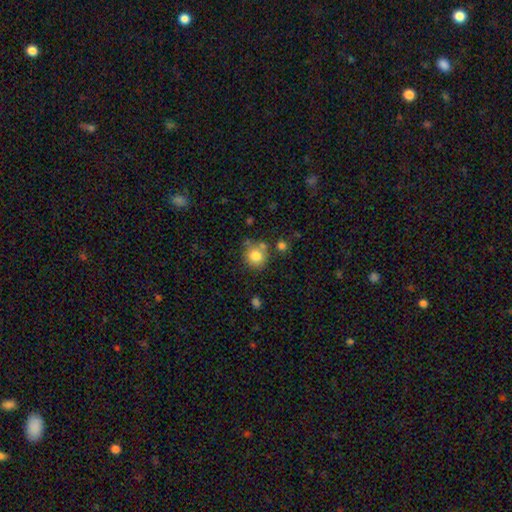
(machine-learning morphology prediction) smooth_or_featured: smooth (p=0.80) [alt: star or artifact p=0.11]
how_rounded: round (p=0.87) [alt: in between p=0.12]
merging: none (p=0.69) [alt: merger p=0.13]